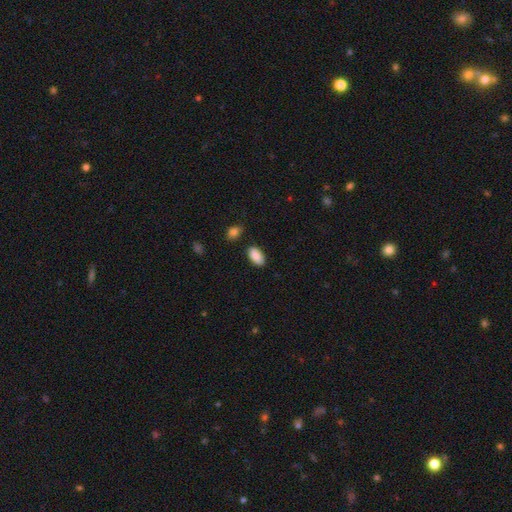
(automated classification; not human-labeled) This appears to be a smooth galaxy with no disk features (89%) that is in between round and cigar-shaped (94%). Merging: none (85%).